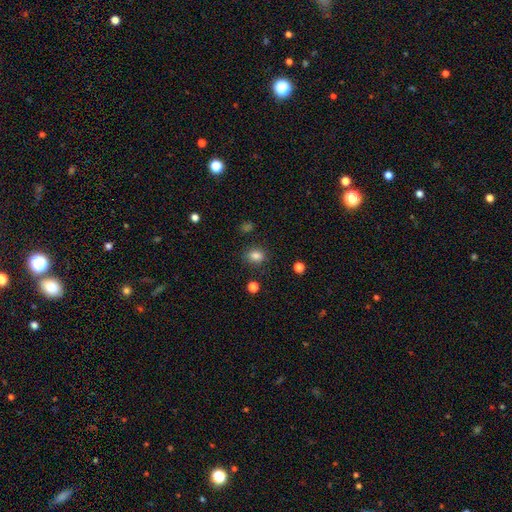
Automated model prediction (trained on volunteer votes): A smooth galaxy with no disk features (83%) that is in between round and cigar-shaped (54%).

Vote fractions:
- Smooth or featured? smooth: 83% / star or artifact: 12% / featured or disk: 5%
- How rounded? in between: 54% / round: 45% / cigar-shaped: 1%
- Merging? none: 83% / minor disturbance: 12% / major disturbance: 3% / merger: 2%